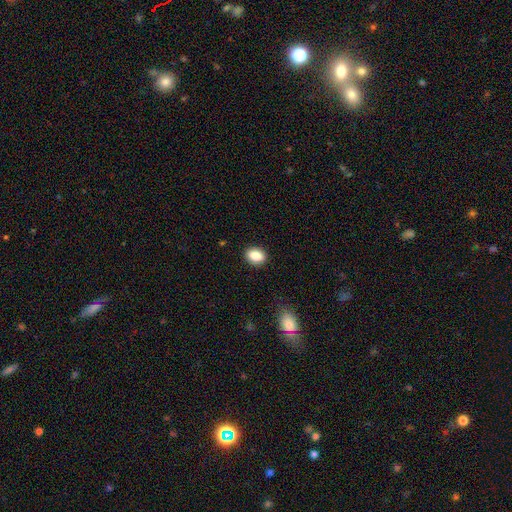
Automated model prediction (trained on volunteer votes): A smooth galaxy with no disk features (85%) that is in between round and cigar-shaped (75%).

Vote fractions:
- Smooth or featured? smooth: 85% / star or artifact: 8% / featured or disk: 6%
- How rounded? in between: 75% / round: 24% / cigar-shaped: 1%
- Merging? none: 89% / minor disturbance: 8% / major disturbance: 2% / merger: 1%